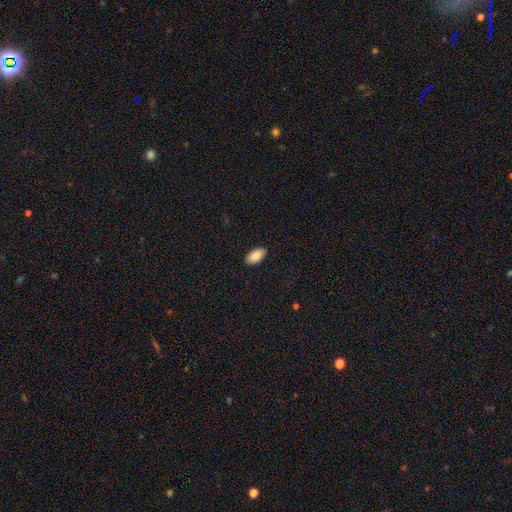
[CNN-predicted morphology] Overall: smooth (87%). How rounded: in between (95%). Merging: none (89%).